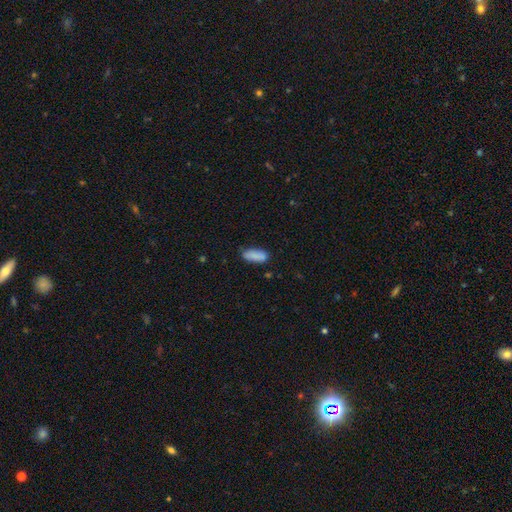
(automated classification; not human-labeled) Morphology: type=smooth (87%); roundness=in between (76%); merging=none (76%).